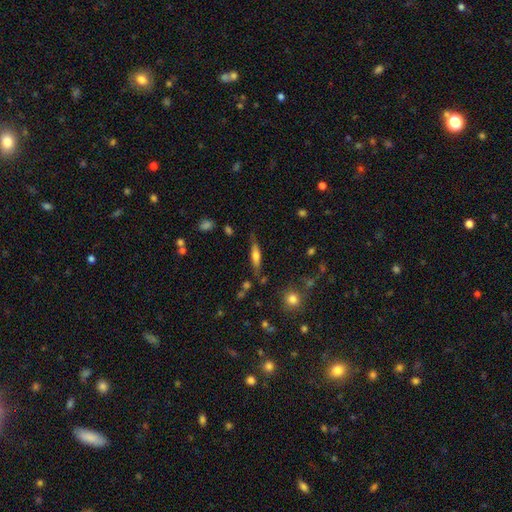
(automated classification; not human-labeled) This is possibly a smooth galaxy (50%). How rounded: likely cigar-shaped (70%). Merging: likely none (74%).